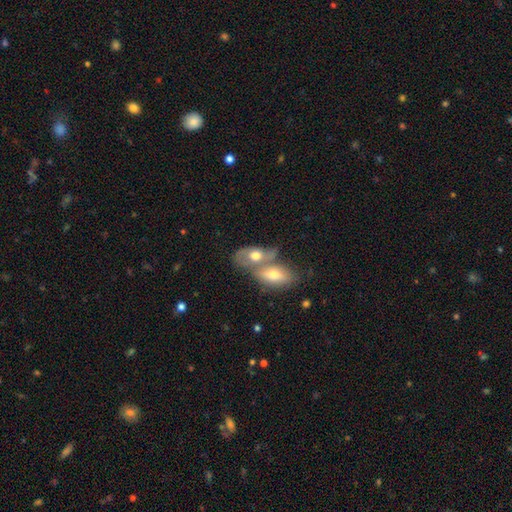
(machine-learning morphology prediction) smooth-or-featured: smooth: 58% | featured or disk: 35% | star or artifact: 7%
  how-rounded: in between: 85% | round: 10% | cigar-shaped: 5%
  merging: merger: 69% | none: 18% | minor disturbance: 8% | major disturbance: 5%